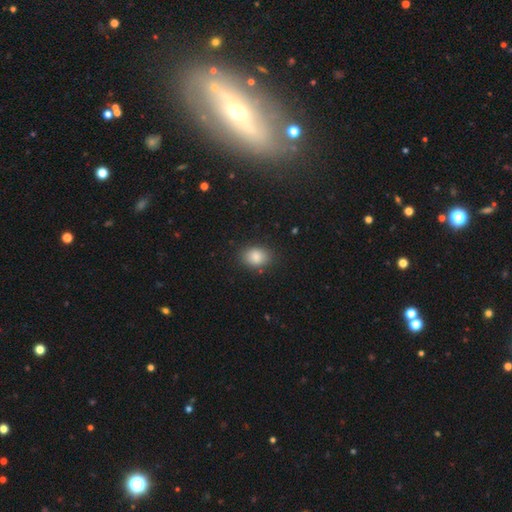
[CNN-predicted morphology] This appears to be a smooth galaxy with no disk features (84%) that is in between round and cigar-shaped (66%). Merging: none (85%).